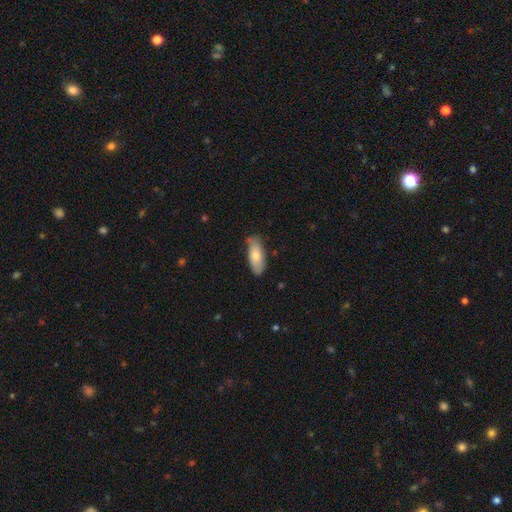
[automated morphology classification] Smooth or featured? Predicted: smooth (p=0.73). How rounded? Predicted: in between (p=0.78). Merging? Predicted: none (p=0.74).